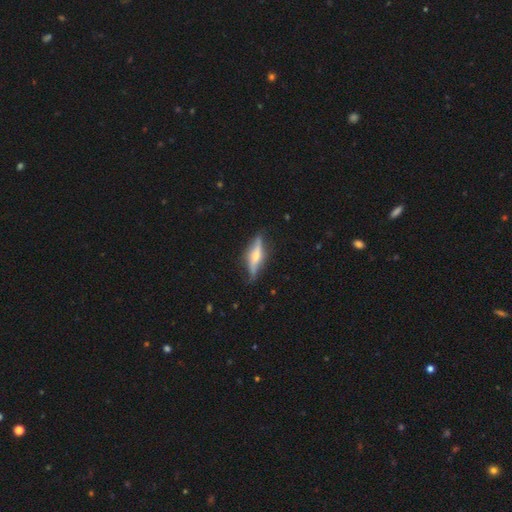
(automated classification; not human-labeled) This appears to be a featured or disk galaxy (68%) viewed edge-on (90%) with a rounded central bulge (85%). Merging: none (77%).